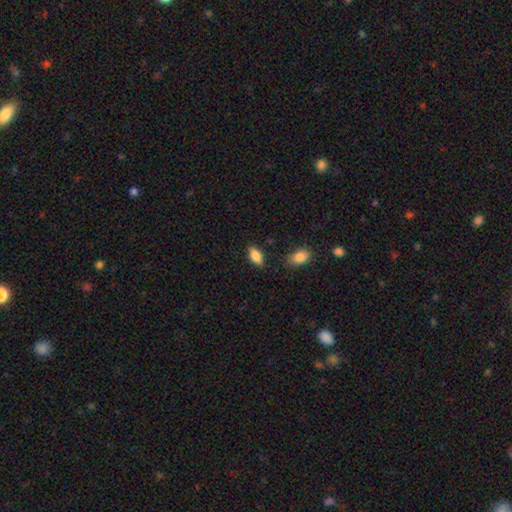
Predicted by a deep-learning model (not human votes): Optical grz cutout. It shows a smooth galaxy with no disk features (81%) that is in between round and cigar-shaped (88%). Merging: none (83%).